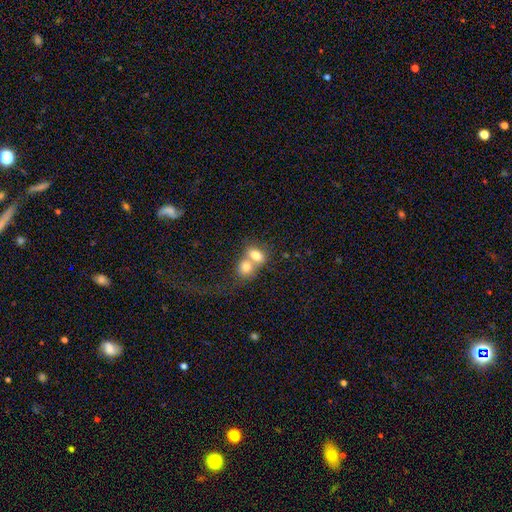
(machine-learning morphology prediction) The model was most divided on "how rounded": in between: 64%, round: 35%, cigar-shaped: 2%. More confident: smooth or featured — smooth (75%); merging — merger (71%).